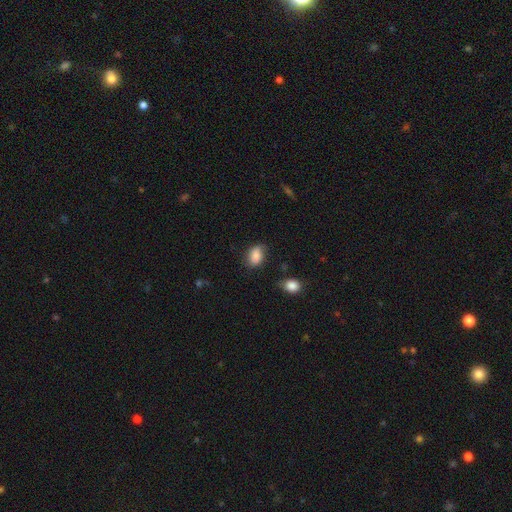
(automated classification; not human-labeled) A smooth galaxy with no disk features (84%) that is in between round and cigar-shaped (81%).

Vote fractions:
- Smooth or featured? smooth: 84% / star or artifact: 8% / featured or disk: 8%
- How rounded? in between: 81% / round: 17% / cigar-shaped: 1%
- Merging? none: 67% / minor disturbance: 24% / major disturbance: 5% / merger: 3%